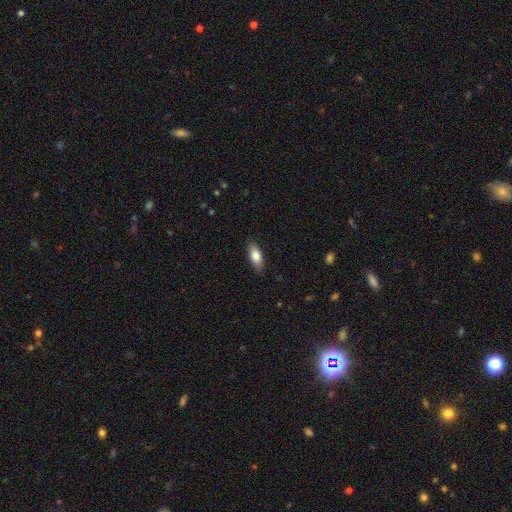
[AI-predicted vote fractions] Smooth or featured? smooth (81%)
How rounded? in between (77%)
Merging? none (86%)